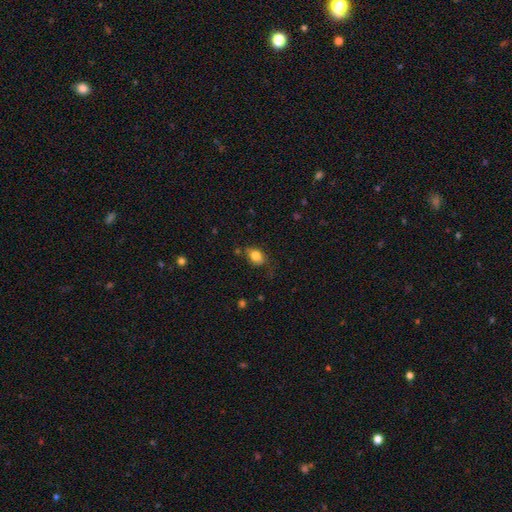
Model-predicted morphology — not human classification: A smooth galaxy with no disk features (81%) that is in between round and cigar-shaped (75%).

Vote fractions:
- Smooth or featured? smooth: 81% / featured or disk: 9% / star or artifact: 9%
- How rounded? in between: 75% / round: 24% / cigar-shaped: 1%
- Merging? none: 71% / minor disturbance: 20% / major disturbance: 6% / merger: 3%